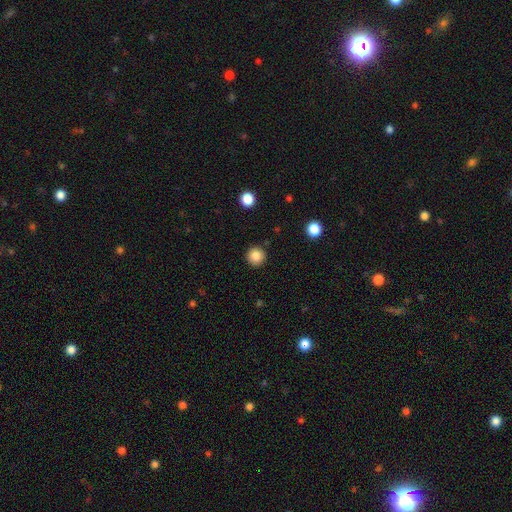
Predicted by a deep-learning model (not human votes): This appears to be a smooth galaxy with no disk features (84%) that is round (95%). Merging: none (91%).